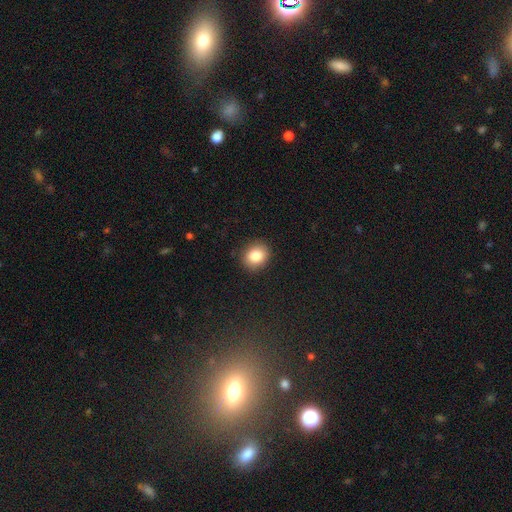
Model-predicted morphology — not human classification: The model was most divided on "how rounded": round: 64%, in between: 35%, cigar-shaped: 1%. More confident: merging — none (89%); smooth or featured — smooth (84%).